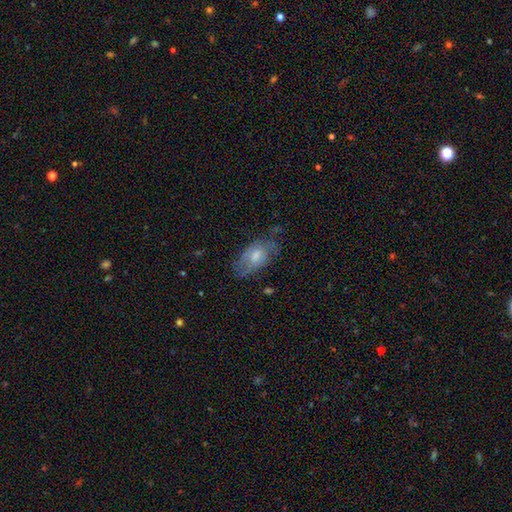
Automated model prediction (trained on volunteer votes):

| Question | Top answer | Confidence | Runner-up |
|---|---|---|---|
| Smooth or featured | smooth | 54% | featured or disk (38%) |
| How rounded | in between | 90% | round (6%) |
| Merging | none | 52% | minor disturbance (30%) |